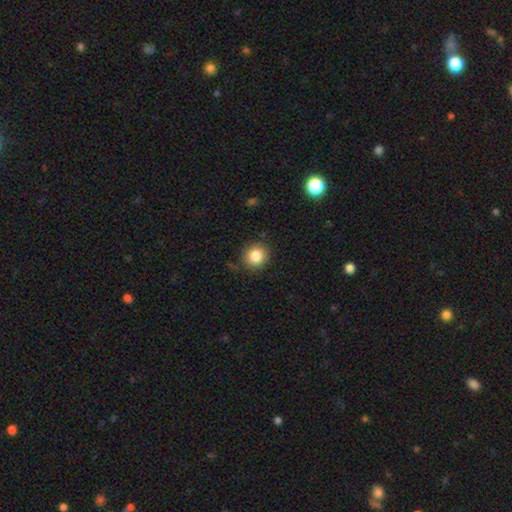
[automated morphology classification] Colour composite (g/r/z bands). It shows a smooth galaxy with no disk features (83%) that is round (88%). Merging: none (85%).